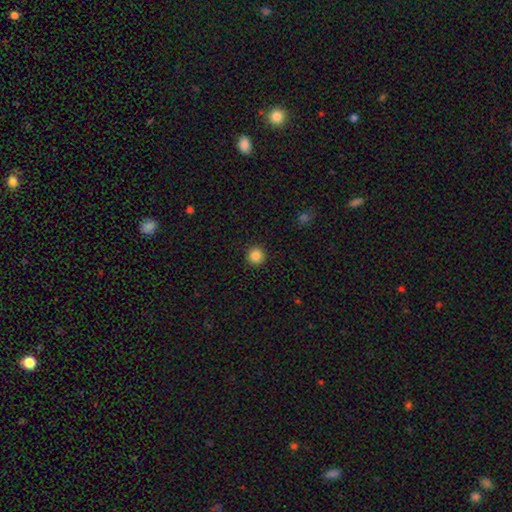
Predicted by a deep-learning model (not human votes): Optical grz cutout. It shows a smooth galaxy with no disk features (86%) that is round (95%). Merging: none (93%).